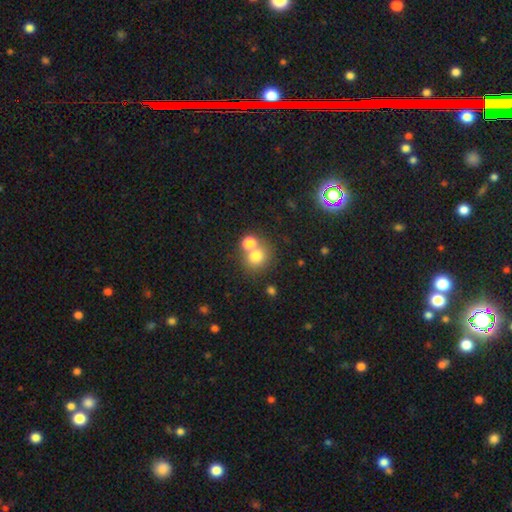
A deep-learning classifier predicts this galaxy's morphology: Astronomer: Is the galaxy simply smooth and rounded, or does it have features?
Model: smooth — 76%.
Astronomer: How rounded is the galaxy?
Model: round — 81%.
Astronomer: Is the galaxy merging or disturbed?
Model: none — 49% (runner-up: merger, 40%).